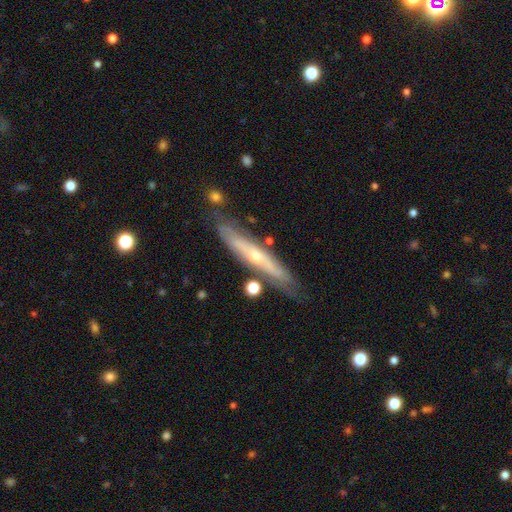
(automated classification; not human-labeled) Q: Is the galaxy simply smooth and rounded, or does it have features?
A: featured or disk — 68%.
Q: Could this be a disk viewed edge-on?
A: yes — 72%.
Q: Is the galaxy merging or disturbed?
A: none — 74%.